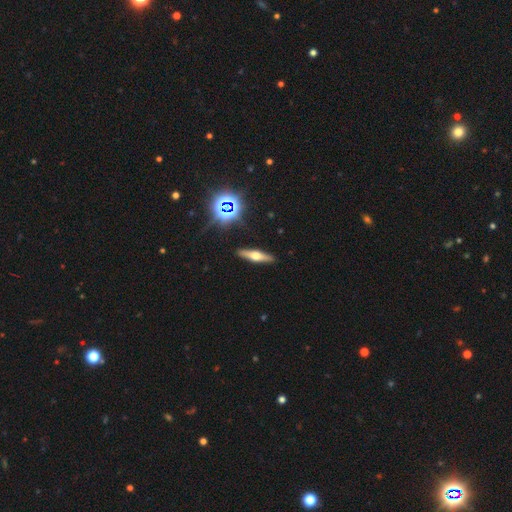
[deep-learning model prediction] smooth-or-featured: featured or disk: 58% | smooth: 31% | star or artifact: 11%
  disk-edge-on: yes: 94% | no: 6%
    edge-on-bulge: rounded: 93% | boxy: 4% | none: 2%
  merging: none: 90% | minor disturbance: 7% | major disturbance: 2% | merger: 1%